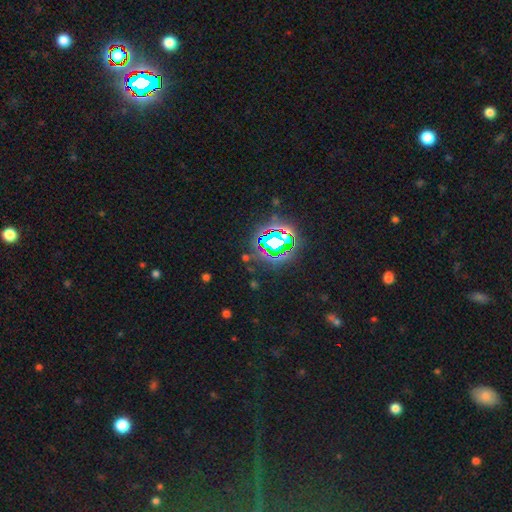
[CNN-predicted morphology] This appears to be a star or artifact, not a galaxy (82%).